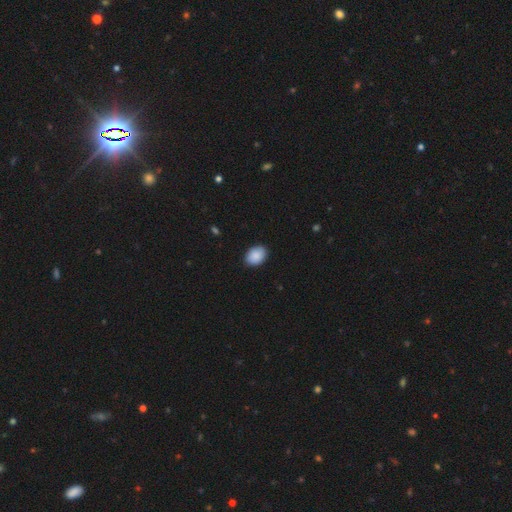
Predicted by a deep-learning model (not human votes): The model was most divided on "how rounded": in between: 75%, round: 24%, cigar-shaped: 1%. More confident: smooth or featured — smooth (90%); merging — none (88%).